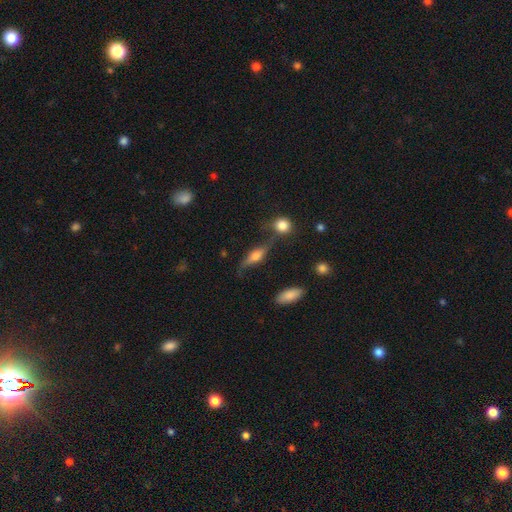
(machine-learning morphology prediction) A featured or disk galaxy (54%) viewed edge-on (80%).

Vote fractions:
- Smooth or featured? featured or disk: 54% / smooth: 37% / star or artifact: 10%
- Edge-on disk? yes: 80% / no: 20%
- Merging? none: 58% / minor disturbance: 22% / major disturbance: 10% / merger: 10%